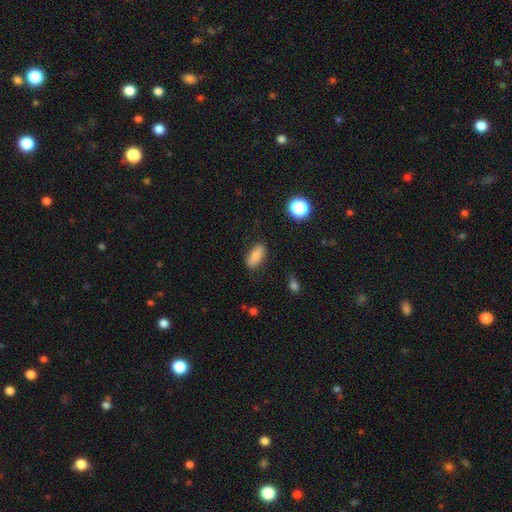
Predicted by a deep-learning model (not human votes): This is clearly a smooth galaxy (80%). How rounded: clearly in between (84%). Merging: clearly none (81%).